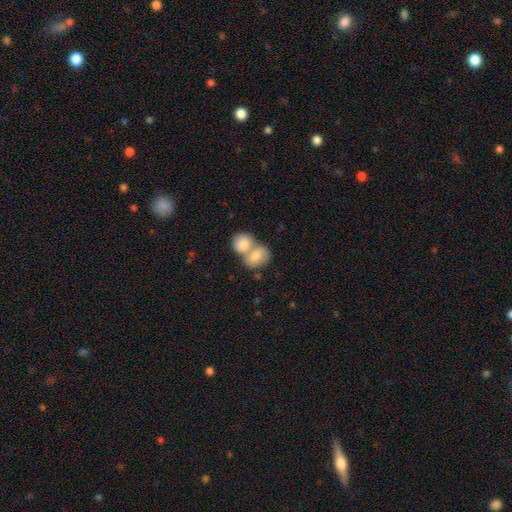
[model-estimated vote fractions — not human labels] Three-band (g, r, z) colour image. It shows a smooth galaxy with no disk features (77%) that is in between round and cigar-shaped (64%). Merging: merger (74%).